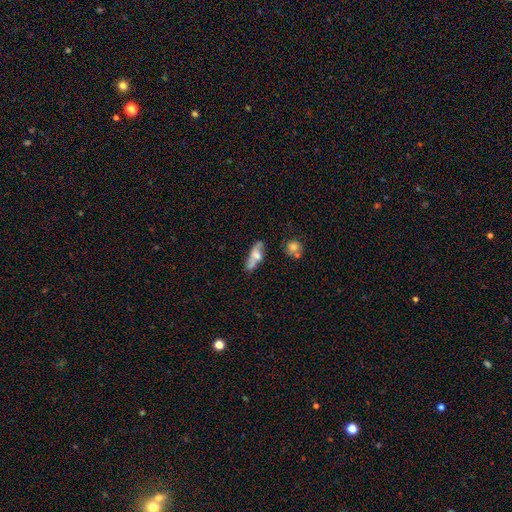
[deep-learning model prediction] Smooth or featured? Predicted: smooth (p=0.57). How rounded? Predicted: in between (p=0.59). Merging? Predicted: none (p=0.48).